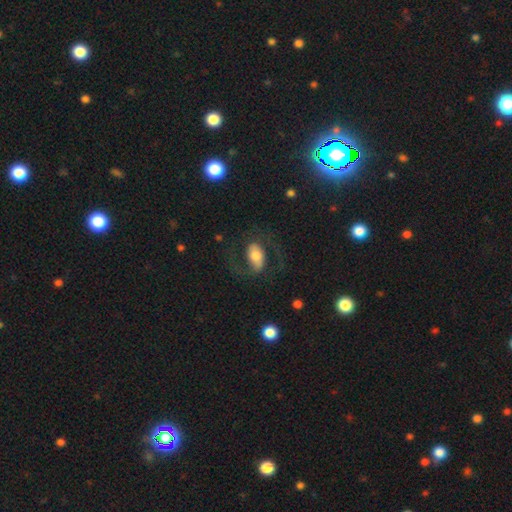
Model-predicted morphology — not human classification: smooth_or_featured: featured or disk (p=0.53) [alt: smooth p=0.40]
disk_edge_on: no (p=0.93) [alt: yes p=0.07]
merging: none (p=0.63) [alt: major disturbance p=0.20]